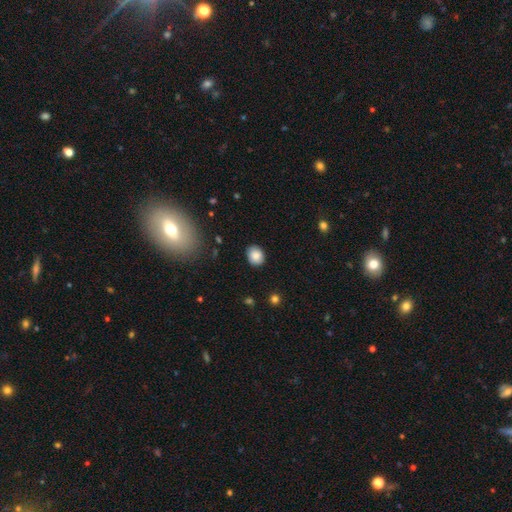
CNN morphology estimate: Overall: smooth (86%). How rounded: round (58%; in between 41%). Merging: none (87%).